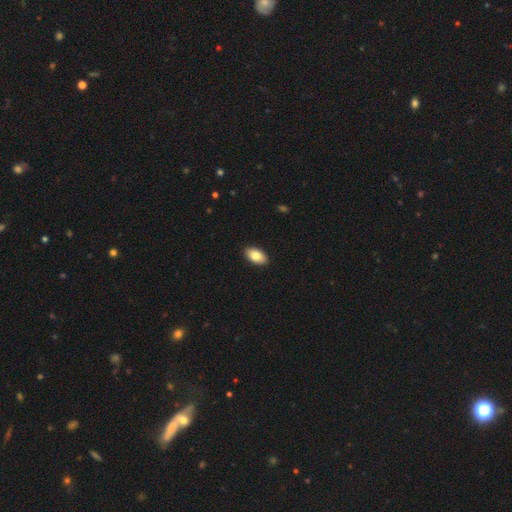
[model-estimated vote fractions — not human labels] The model was most divided on "smooth or featured": smooth: 82%, featured or disk: 12%, star or artifact: 7%. More confident: how rounded — in between (93%); merging — none (91%).